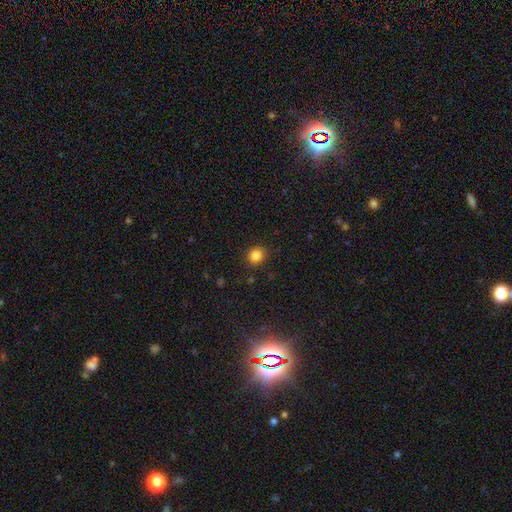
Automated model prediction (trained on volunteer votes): A smooth galaxy with no disk features (85%) that is round (74%). Merging: none (87%).